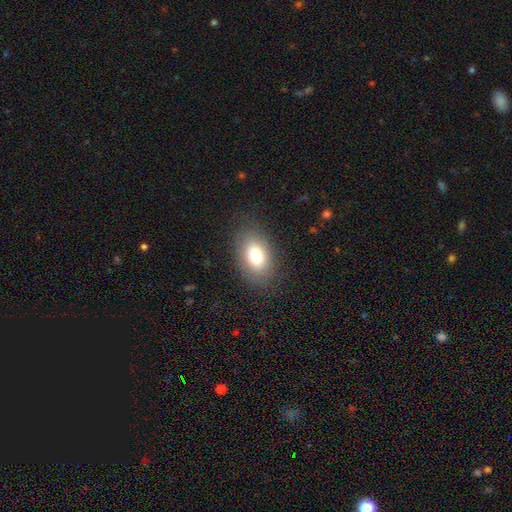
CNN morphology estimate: Q: Smooth or featured?
A: smooth (78%); runner-up: featured or disk (13%)
Q: How rounded?
A: in between (86%); runner-up: round (13%)
Q: Merging?
A: none (82%); runner-up: minor disturbance (12%)